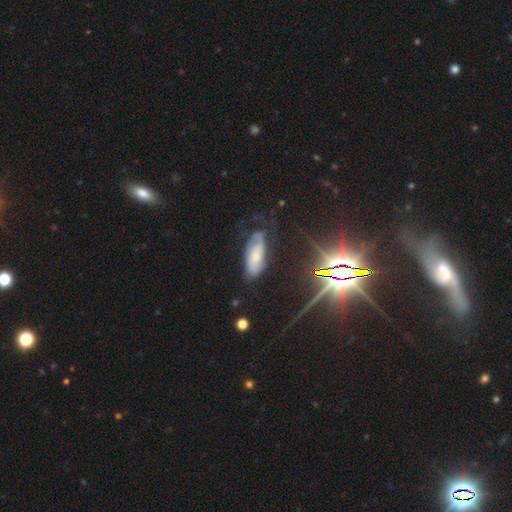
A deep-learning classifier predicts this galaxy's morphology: Smooth or featured? Predicted: featured or disk (p=0.51). Edge-on disk? Predicted: no (p=0.81). Merging? Predicted: none (p=0.63).